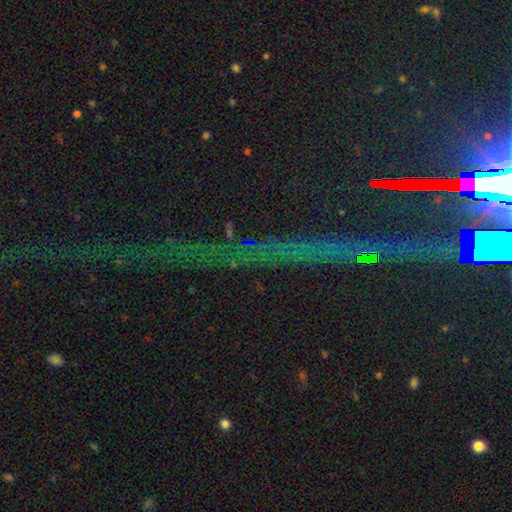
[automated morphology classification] Smooth or featured?
  - star or artifact: 78% *
  - featured or disk: 12%
  - smooth: 10%